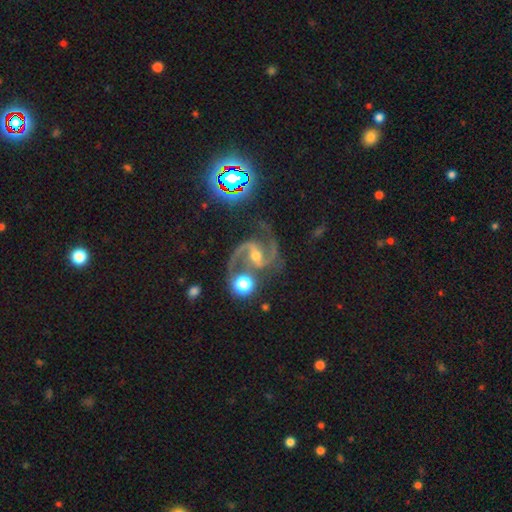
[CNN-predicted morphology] This is clearly a featured or disk galaxy (88%). It is clearly not viewed edge-on (98%). Bar: marginally strong (45%). Spiral arm pattern: clearly yes (98%). Spiral arm count: clearly 2 (94%). Spiral winding: likely medium (62%). Central bulge: possibly moderate (53%). Merging: likely none (65%).